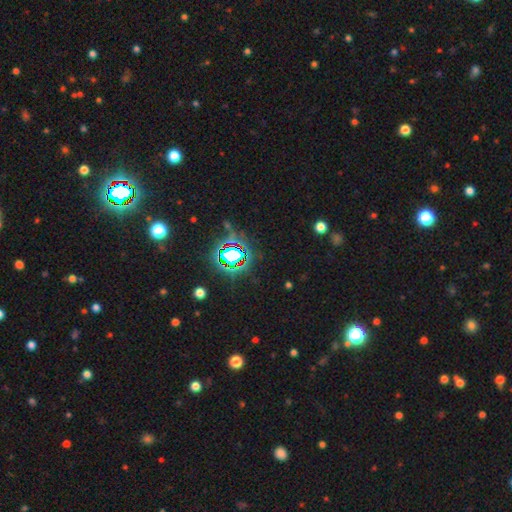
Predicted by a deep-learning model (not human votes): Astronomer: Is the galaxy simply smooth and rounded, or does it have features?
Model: star or artifact — 81%.